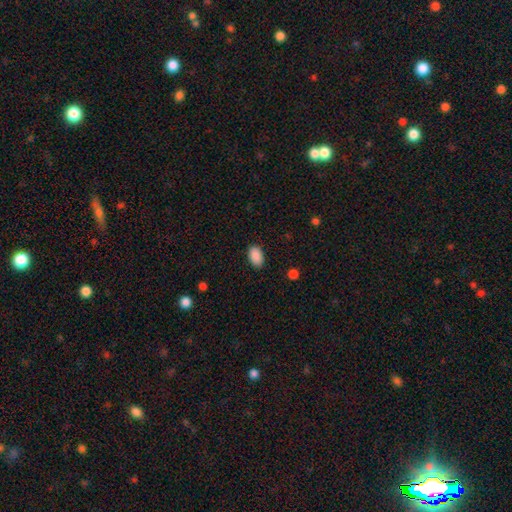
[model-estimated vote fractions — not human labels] smooth_or_featured: smooth (p=0.90) [alt: star or artifact p=0.07]
how_rounded: in between (p=0.91) [alt: round p=0.08]
merging: none (p=0.87) [alt: minor disturbance p=0.09]